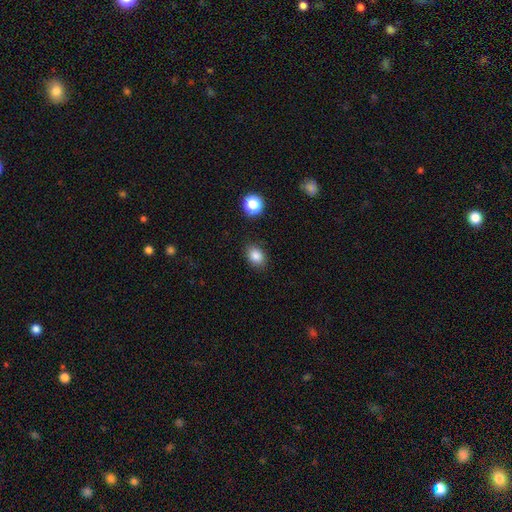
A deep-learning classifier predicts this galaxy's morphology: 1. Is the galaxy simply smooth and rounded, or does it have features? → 85% smooth, 11% star or artifact, 5% featured or disk.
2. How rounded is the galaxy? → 67% in between, 32% round, 1% cigar-shaped.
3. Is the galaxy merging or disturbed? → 86% none, 10% minor disturbance, 3% major disturbance, 2% merger.